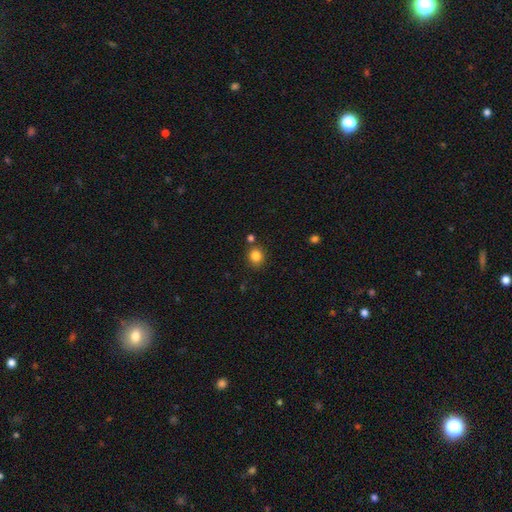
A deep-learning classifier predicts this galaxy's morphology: A smooth galaxy with no disk features (84%) that is round (79%). Merging: none (80%).